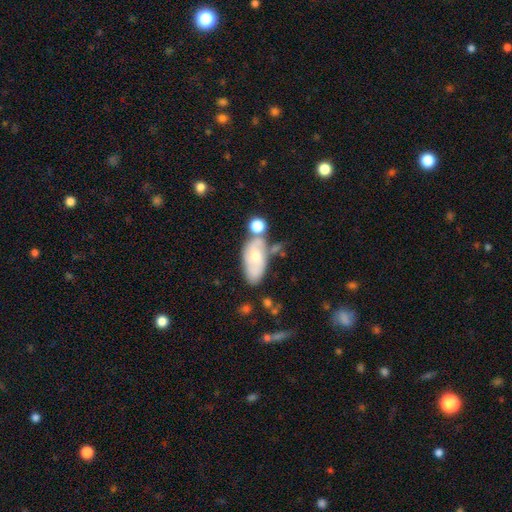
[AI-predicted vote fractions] The model was most divided on "smooth or featured": featured or disk: 51%, smooth: 41%, star or artifact: 8%. Remaining: edge-on disk — no (90%); merging — none (45%).